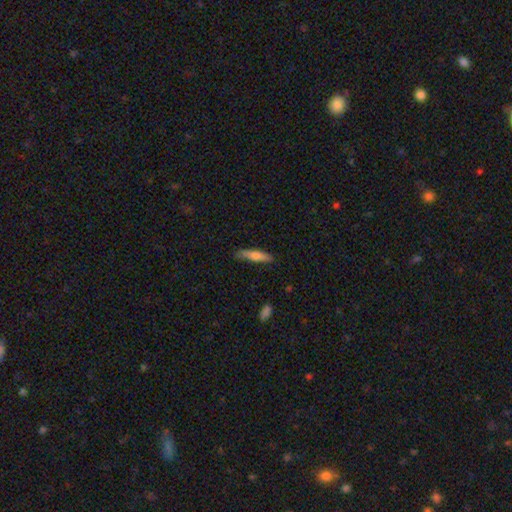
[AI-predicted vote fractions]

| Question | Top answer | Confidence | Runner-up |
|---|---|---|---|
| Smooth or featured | smooth | 70% | featured or disk (24%) |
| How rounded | cigar-shaped | 82% | in between (17%) |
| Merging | none | 77% | minor disturbance (18%) |